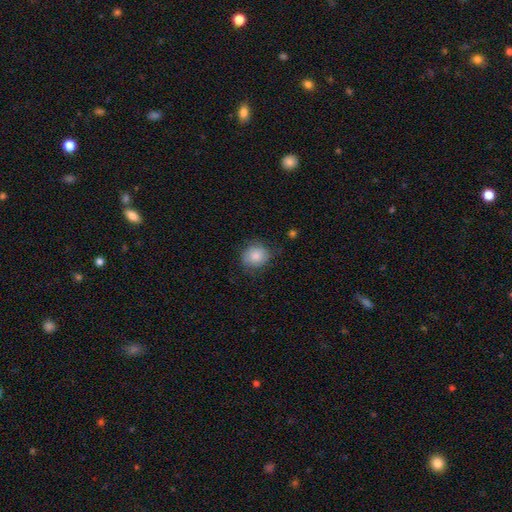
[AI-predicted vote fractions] Smooth or featured: smooth — 81% (featured or disk — 11%)
How rounded: round — 82% (in between — 18%)
Merging: none — 70% (minor disturbance — 22%)